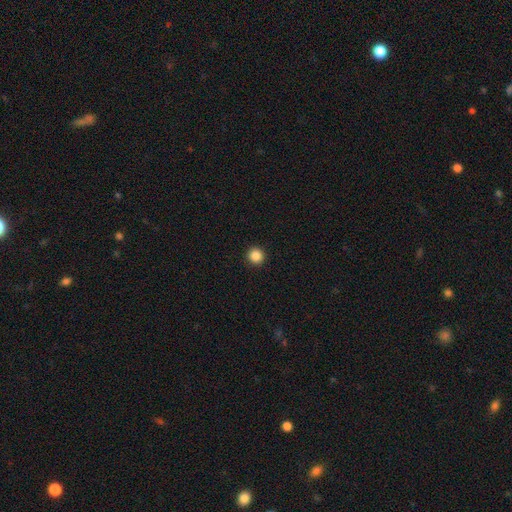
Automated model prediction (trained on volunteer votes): Smooth or featured? Predicted: smooth (p=0.86). How rounded? Predicted: round (p=0.95). Merging? Predicted: none (p=0.94).